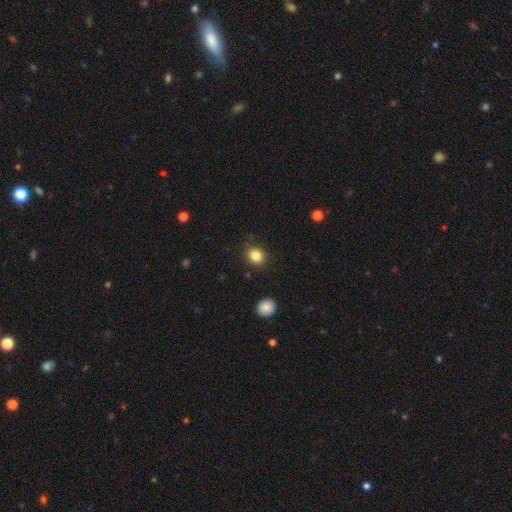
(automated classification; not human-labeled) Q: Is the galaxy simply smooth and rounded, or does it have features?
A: smooth — 84%.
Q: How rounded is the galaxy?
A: round — 76%.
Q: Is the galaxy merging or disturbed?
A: none — 84%.